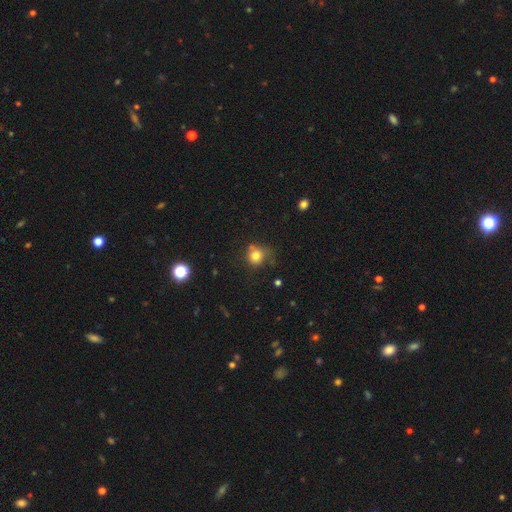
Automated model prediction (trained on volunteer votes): Smooth or featured: smooth — 78% (star or artifact — 13%)
How rounded: round — 86% (in between — 13%)
Merging: none — 59% (minor disturbance — 23%)